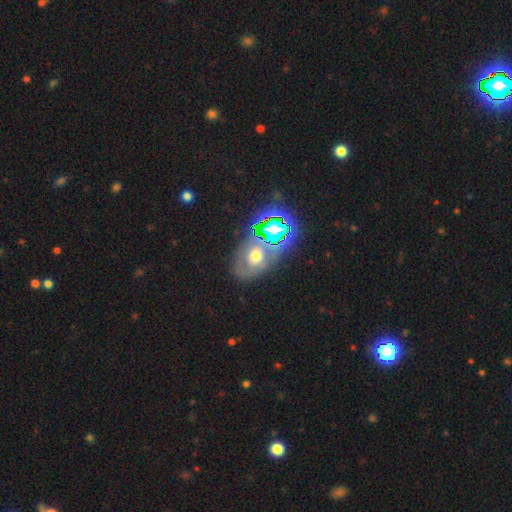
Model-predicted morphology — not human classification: smooth-or-featured: featured or disk: 36% | smooth: 35% | star or artifact: 29%
  merging: none: 66% | minor disturbance: 17% | major disturbance: 9% | merger: 8%